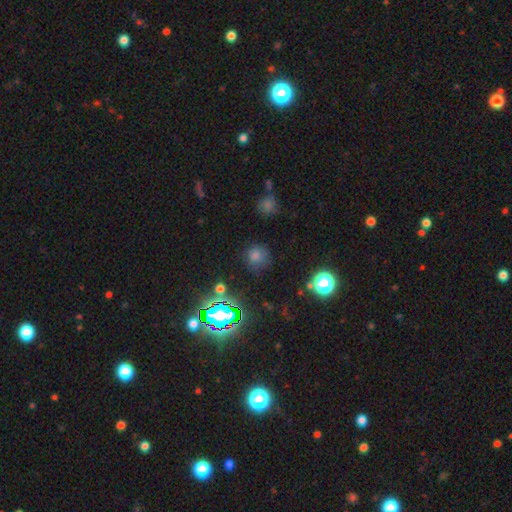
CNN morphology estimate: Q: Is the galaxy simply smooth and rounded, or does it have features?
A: smooth — 58%.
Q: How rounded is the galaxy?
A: round — 91%.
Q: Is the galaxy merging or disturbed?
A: none — 84%.